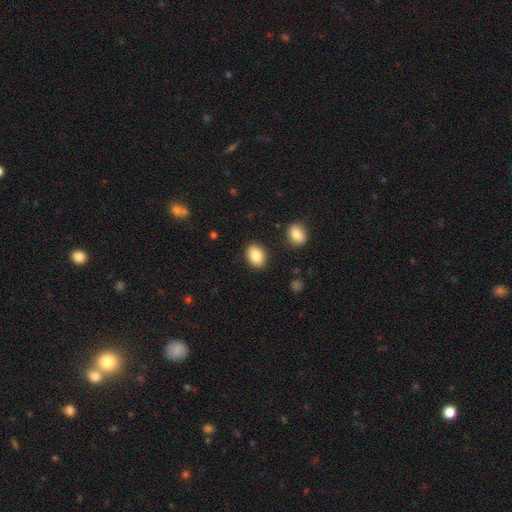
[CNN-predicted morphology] The model was most divided on "how rounded": in between: 77%, round: 22%, cigar-shaped: 1%. More confident: merging — none (87%); smooth or featured — smooth (85%).